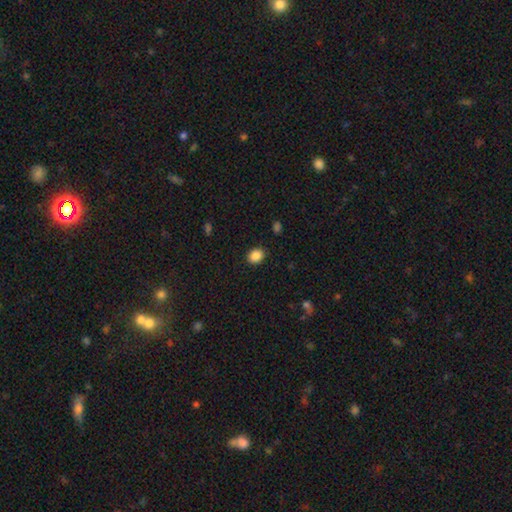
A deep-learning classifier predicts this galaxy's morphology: Smooth or featured: smooth — 88% (star or artifact — 9%)
How rounded: round — 53% (in between — 46%)
Merging: none — 88% (minor disturbance — 8%)